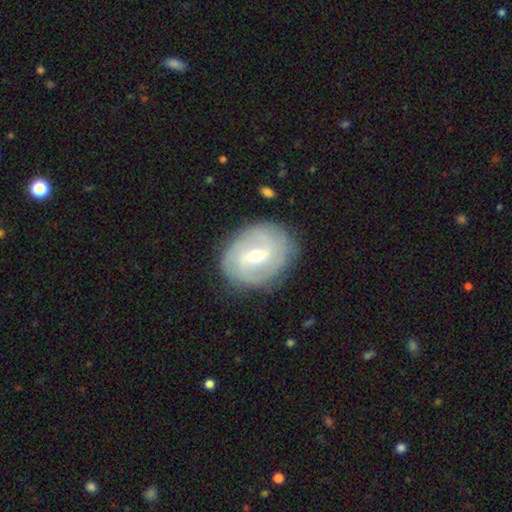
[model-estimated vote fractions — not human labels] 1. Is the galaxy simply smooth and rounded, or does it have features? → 74% featured or disk, 20% smooth, 6% star or artifact.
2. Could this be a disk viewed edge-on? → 96% no, 4% yes.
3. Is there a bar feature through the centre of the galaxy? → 54% weak, 26% strong, 20% no.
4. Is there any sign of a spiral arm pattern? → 79% yes, 21% no.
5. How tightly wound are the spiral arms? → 49% tight, 34% medium, 16% loose.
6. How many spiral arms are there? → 54% 2, 29% can't tell, 8% 3, 3% 1, 3% 4, 2% more than 4.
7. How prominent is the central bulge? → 53% moderate, 44% small, 2% large, 1% none, 1% dominant.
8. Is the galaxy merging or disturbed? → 80% none, 14% minor disturbance, 5% major disturbance, 1% merger.